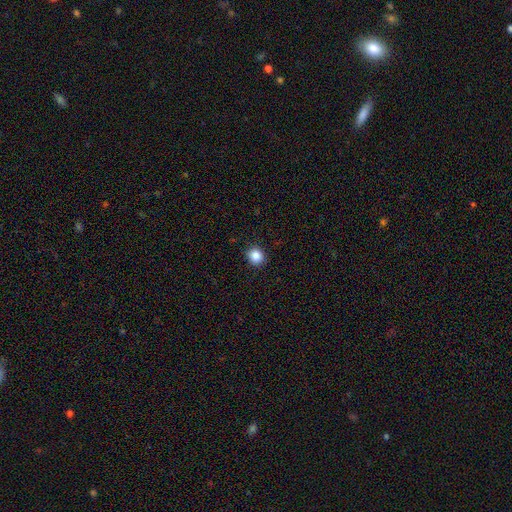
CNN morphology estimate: smooth 87%, star or artifact 10%, featured or disk 3%. Down the decision tree: how rounded — round (85%); merging — none (91%).